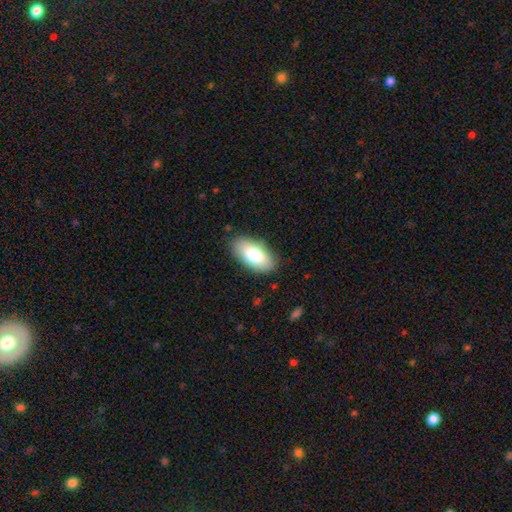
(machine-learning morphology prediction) Smooth or featured: smooth — 79% (featured or disk — 15%)
How rounded: in between — 92% (cigar-shaped — 5%)
Merging: none — 85% (minor disturbance — 11%)